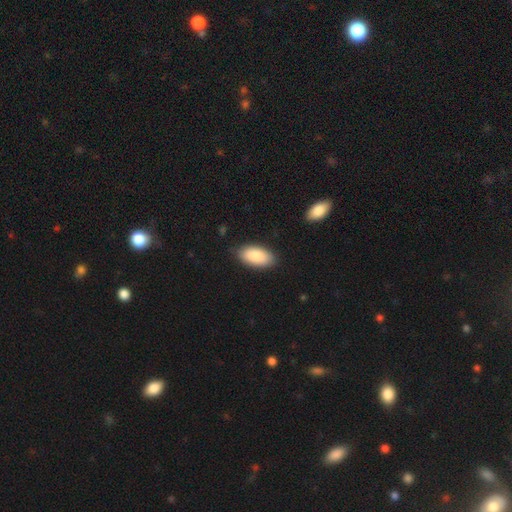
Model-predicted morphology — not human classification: smooth-or-featured: smooth: 88% | featured or disk: 7% | star or artifact: 6%
  how-rounded: in between: 94% | cigar-shaped: 4% | round: 2%
  merging: none: 85% | minor disturbance: 11% | major disturbance: 2% | merger: 1%